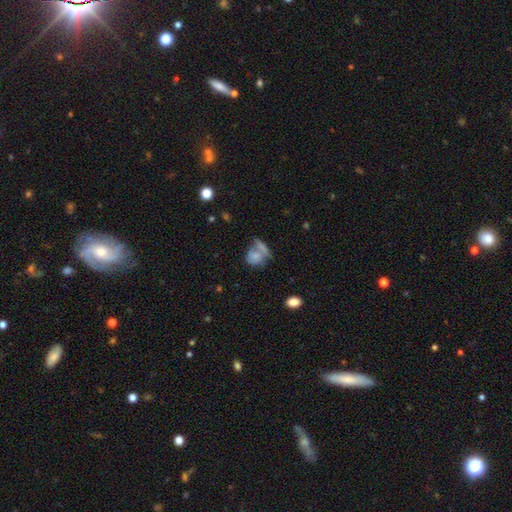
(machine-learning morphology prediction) This is likely a smooth galaxy (66%). How rounded: possibly round (52%). Merging: marginally merger (41%).